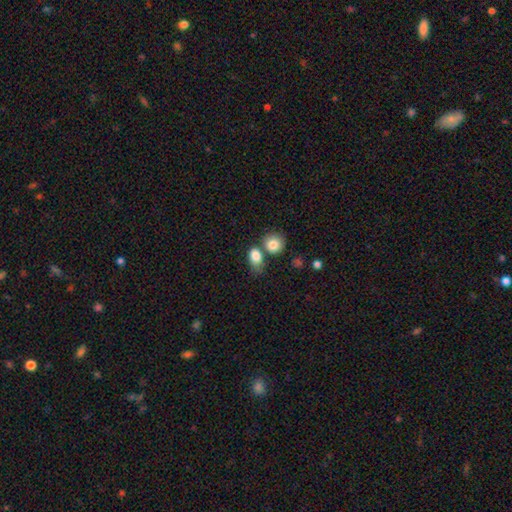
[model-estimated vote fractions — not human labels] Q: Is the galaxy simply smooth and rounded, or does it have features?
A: smooth — 84%.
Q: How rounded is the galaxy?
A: in between — 70%.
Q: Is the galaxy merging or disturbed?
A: none — 41%.